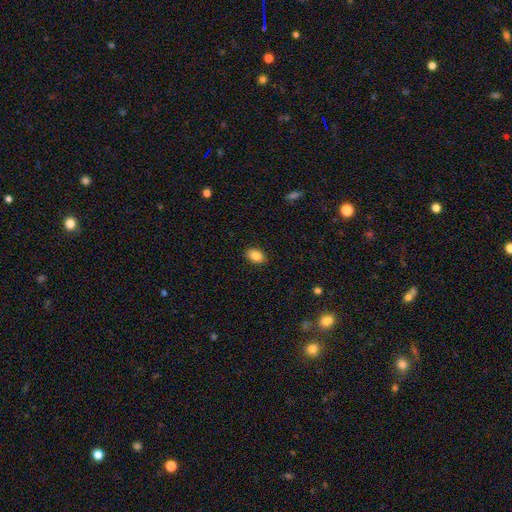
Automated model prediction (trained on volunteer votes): smooth 85%, star or artifact 8%, featured or disk 7%. Down the decision tree: how rounded — in between (88%); merging — none (89%).